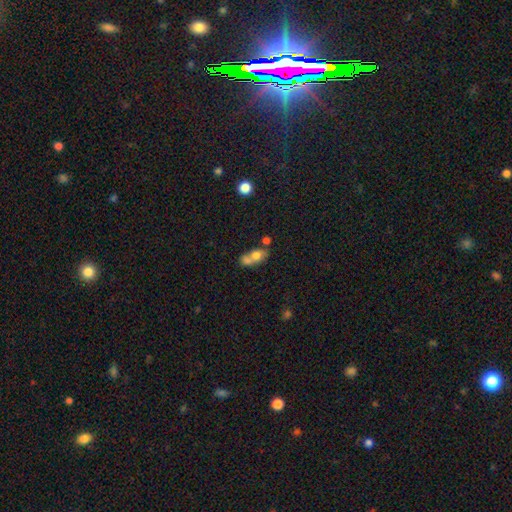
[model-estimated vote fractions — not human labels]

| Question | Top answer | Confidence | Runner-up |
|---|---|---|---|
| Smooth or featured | smooth | 67% | featured or disk (23%) |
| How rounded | in between | 61% | round (36%) |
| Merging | merger | 61% | none (25%) |